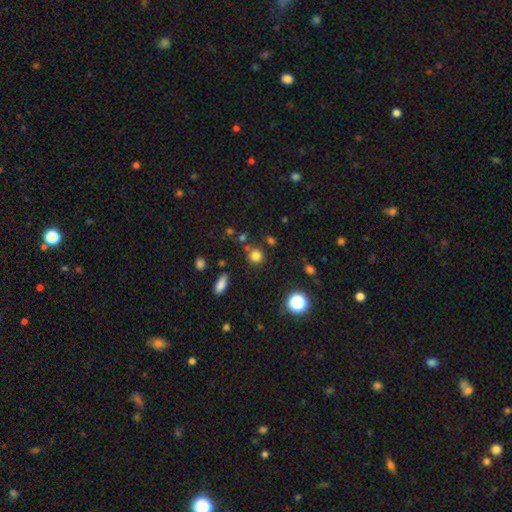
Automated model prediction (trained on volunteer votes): smooth_or_featured: smooth (p=0.78) [alt: star or artifact p=0.16]
how_rounded: round (p=0.86) [alt: in between p=0.12]
merging: none (p=0.77) [alt: minor disturbance p=0.11]